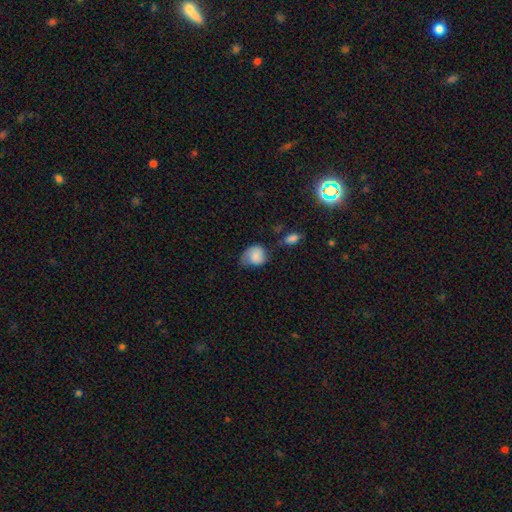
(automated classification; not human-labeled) Smooth or featured?
  - smooth: 75% *
  - featured or disk: 17%
  - star or artifact: 8%
How rounded?
  - round: 50% *
  - in between: 49%
  - cigar-shaped: 1%
Merging?
  - none: 40% *
  - minor disturbance: 39%
  - major disturbance: 16%
  - merger: 6%